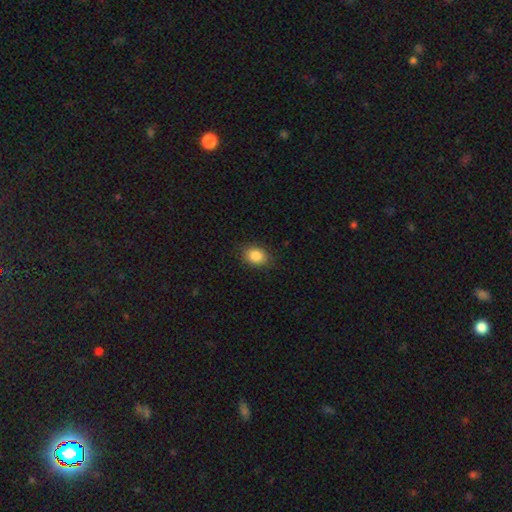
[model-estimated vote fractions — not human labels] A smooth galaxy with no disk features (86%) that is in between round and cigar-shaped (62%).

Vote fractions:
- Smooth or featured? smooth: 86% / star or artifact: 8% / featured or disk: 5%
- How rounded? in between: 62% / round: 37% / cigar-shaped: 1%
- Merging? none: 86% / minor disturbance: 11% / major disturbance: 3% / merger: 1%